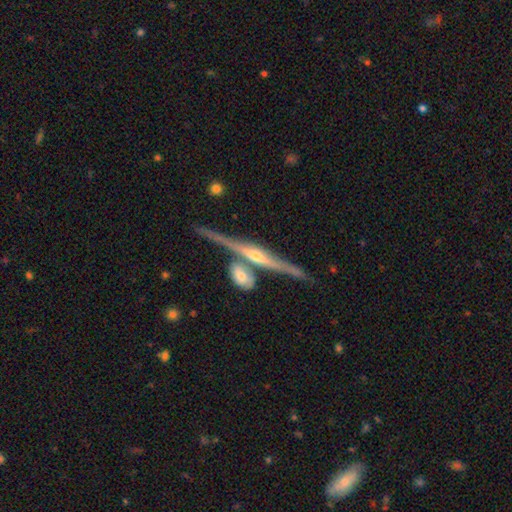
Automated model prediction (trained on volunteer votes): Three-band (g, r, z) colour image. It shows a featured or disk galaxy (85%) viewed edge-on (97%) with a rounded central bulge (75%). Merging: none (66%).